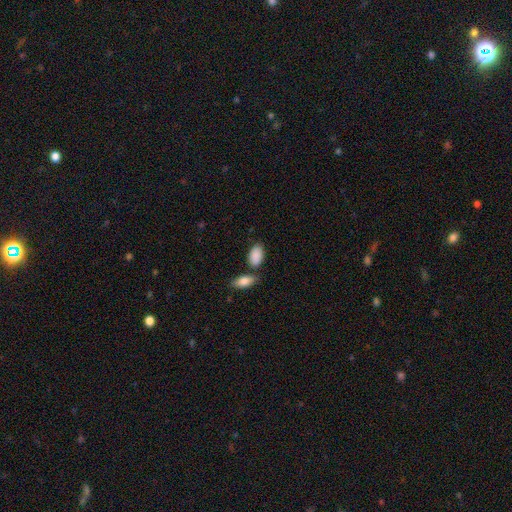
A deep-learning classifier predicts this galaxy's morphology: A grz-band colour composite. It shows a smooth galaxy with no disk features (89%) that is in between round and cigar-shaped (94%). Merging: none (65%).